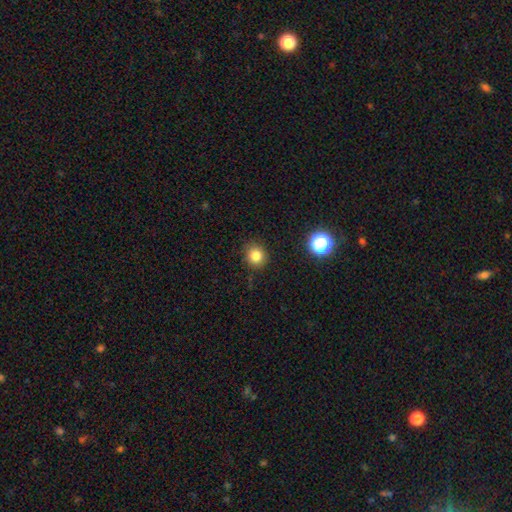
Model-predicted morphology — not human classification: This appears to be a smooth galaxy with no disk features (81%) that is round (83%). Merging: none (86%).